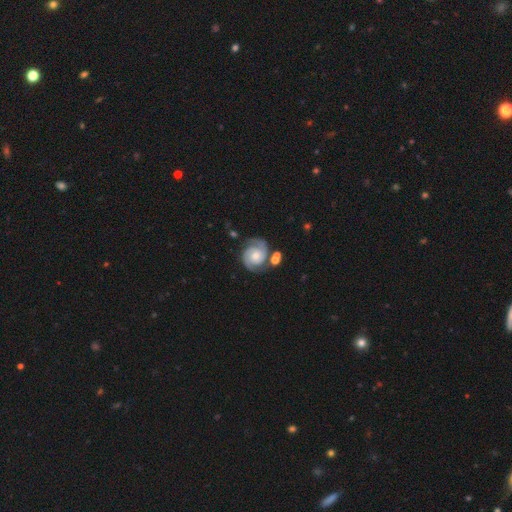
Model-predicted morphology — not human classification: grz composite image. It shows a featured or disk galaxy (87%) with no bar (73%), 2 (91%) tight (57%) spiral arms (98%) and a moderate central bulge (53%). Merging: none (74%).